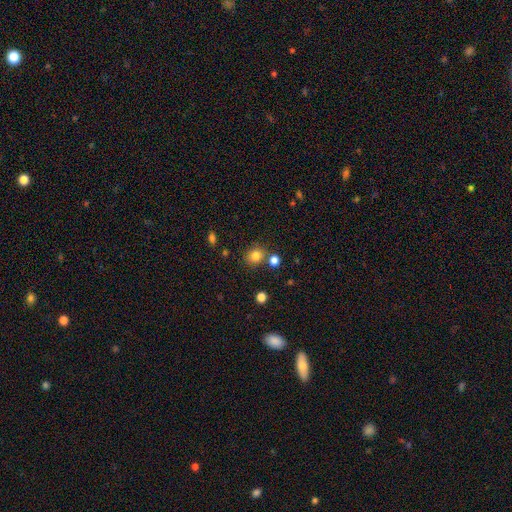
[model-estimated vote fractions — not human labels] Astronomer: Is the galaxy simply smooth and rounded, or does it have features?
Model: smooth — 81%.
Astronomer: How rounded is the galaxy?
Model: round — 74%.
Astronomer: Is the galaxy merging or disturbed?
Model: none — 73%.